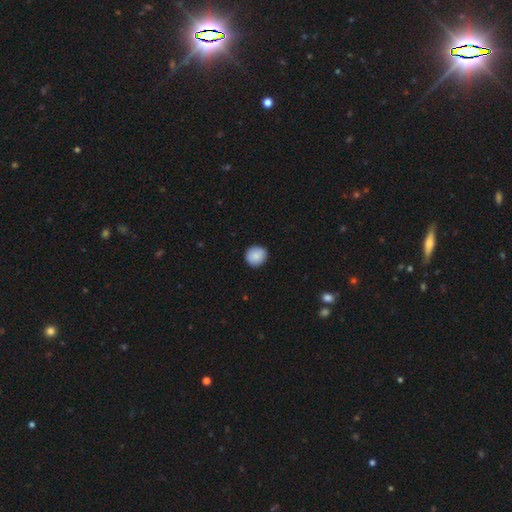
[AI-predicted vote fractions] Smooth or featured?
  - smooth: 88% *
  - star or artifact: 7%
  - featured or disk: 5%
How rounded?
  - round: 91% *
  - in between: 8%
  - cigar-shaped: 1%
Merging?
  - none: 91% *
  - minor disturbance: 7%
  - major disturbance: 2%
  - merger: 1%